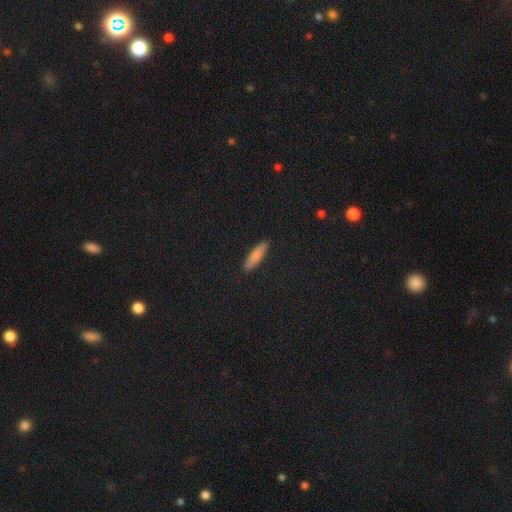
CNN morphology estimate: smooth_or_featured: smooth (p=0.83) [alt: featured or disk p=0.11]
how_rounded: cigar-shaped (p=0.67) [alt: in between p=0.32]
merging: none (p=0.90) [alt: minor disturbance p=0.08]